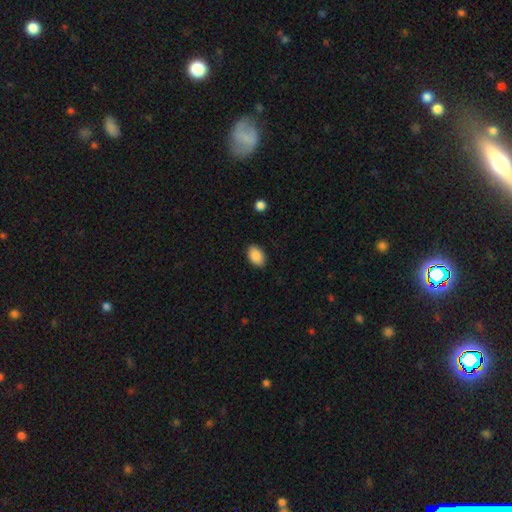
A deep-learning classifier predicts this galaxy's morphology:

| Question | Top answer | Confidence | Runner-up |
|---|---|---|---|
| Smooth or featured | smooth | 90% | star or artifact (7%) |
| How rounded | in between | 87% | round (11%) |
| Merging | none | 88% | minor disturbance (9%) |